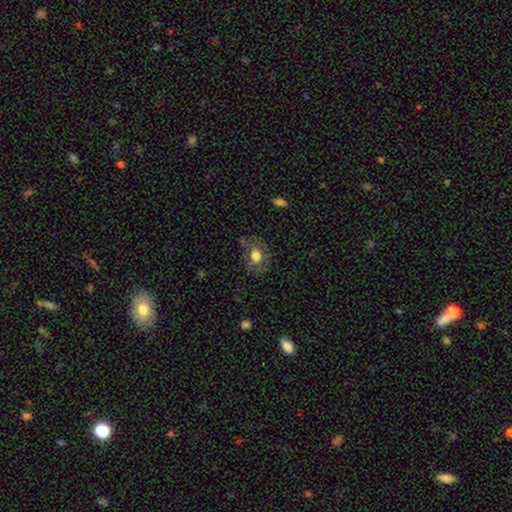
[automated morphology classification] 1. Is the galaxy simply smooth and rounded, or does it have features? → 60% smooth, 31% featured or disk, 8% star or artifact.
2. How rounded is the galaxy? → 55% in between, 44% round, 1% cigar-shaped.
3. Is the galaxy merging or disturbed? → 62% none, 23% minor disturbance, 12% major disturbance, 3% merger.